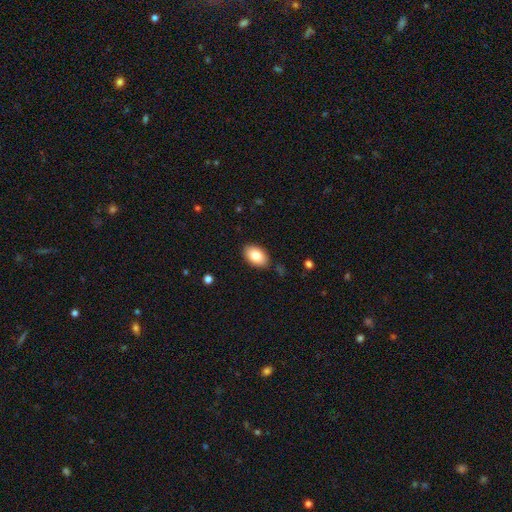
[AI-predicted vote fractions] A smooth galaxy with no disk features (83%) that is in between round and cigar-shaped (91%).

Vote fractions:
- Smooth or featured? smooth: 83% / featured or disk: 10% / star or artifact: 7%
- How rounded? in between: 91% / round: 7% / cigar-shaped: 1%
- Merging? none: 86% / minor disturbance: 11% / major disturbance: 2% / merger: 1%